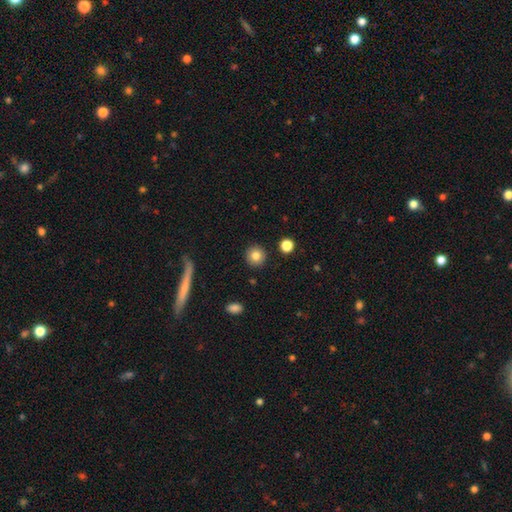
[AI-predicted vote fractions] This is clearly a smooth galaxy (83%). How rounded: clearly round (93%). Merging: clearly none (91%).